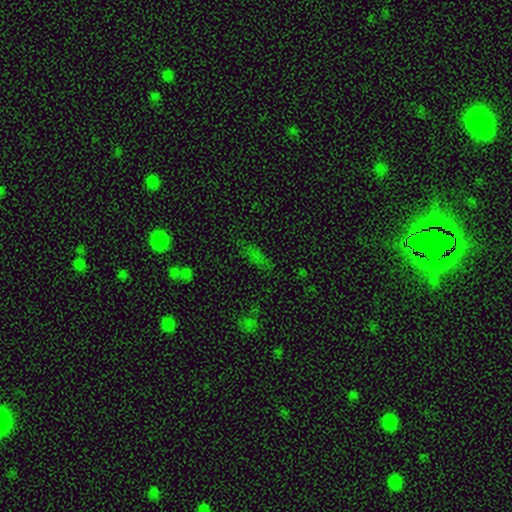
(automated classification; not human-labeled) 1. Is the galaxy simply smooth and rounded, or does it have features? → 47% smooth, 43% star or artifact, 9% featured or disk.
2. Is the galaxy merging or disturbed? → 74% none, 14% minor disturbance, 7% major disturbance, 5% merger.